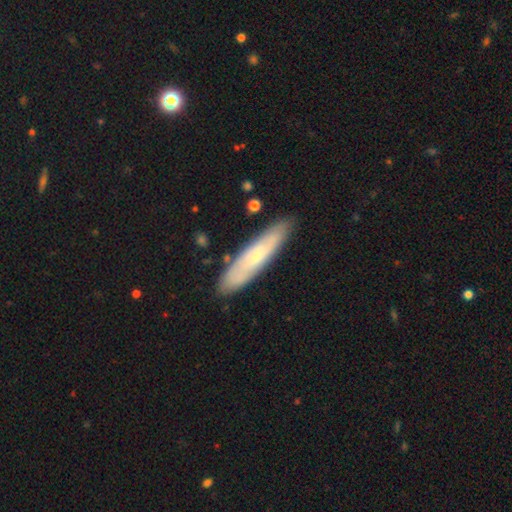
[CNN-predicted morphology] This appears to be a smooth galaxy with no disk features (55%) that is cigar-shaped (80%). Merging: none (85%).